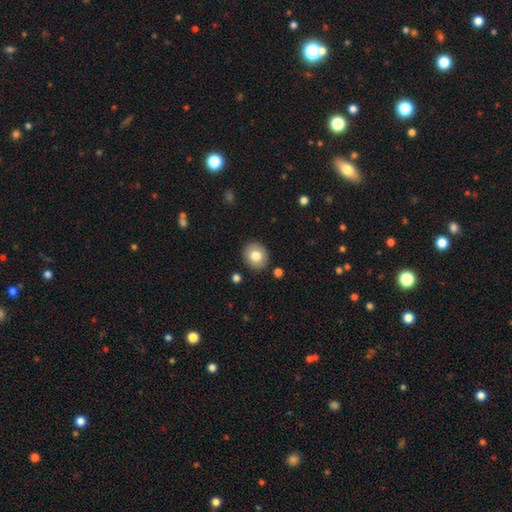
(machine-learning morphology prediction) A smooth galaxy with no disk features (79%) that is round (76%). Merging: none (89%).